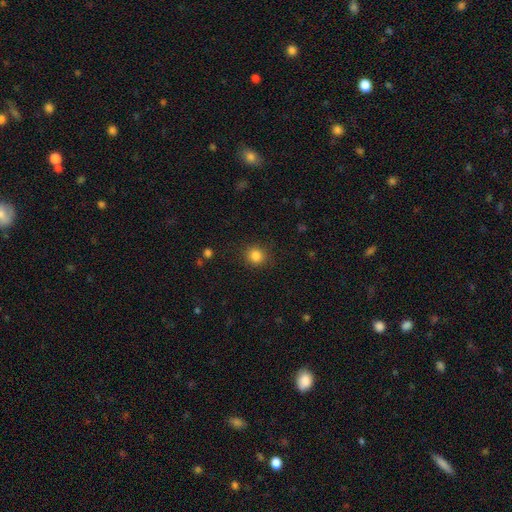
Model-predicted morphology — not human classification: Smooth or featured? Predicted: smooth (p=0.84). How rounded? Predicted: round (p=0.89). Merging? Predicted: none (p=0.89).